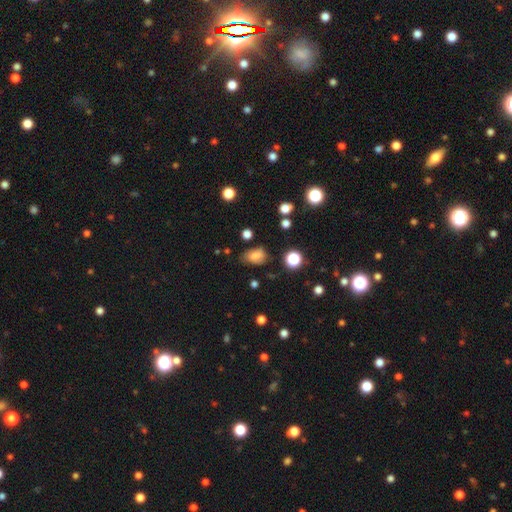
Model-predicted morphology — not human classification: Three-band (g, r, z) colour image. It shows a smooth galaxy with no disk features (71%) that is in between round and cigar-shaped (79%). Merging: none (62%).